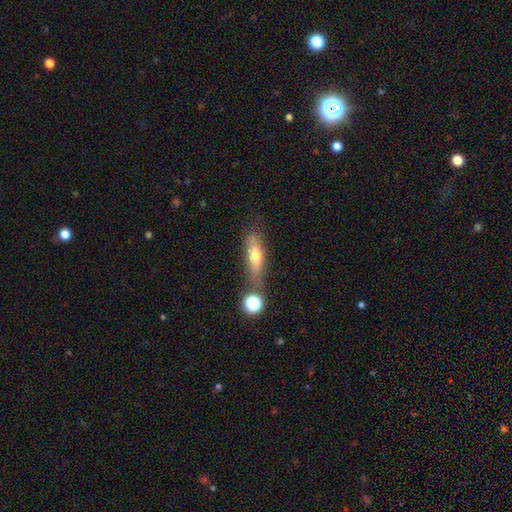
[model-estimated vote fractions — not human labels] The model was most divided on "how rounded": cigar-shaped: 50%, in between: 44%, round: 6%. More confident: smooth or featured — smooth (61%); merging — none (61%).